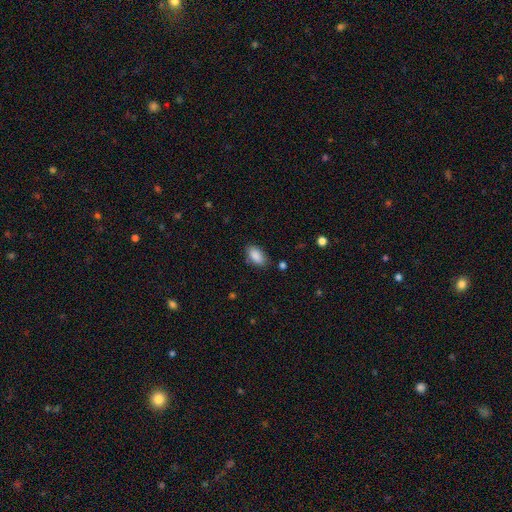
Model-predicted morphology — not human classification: type=smooth (88%); roundness=in between (92%); merging=none (78%).